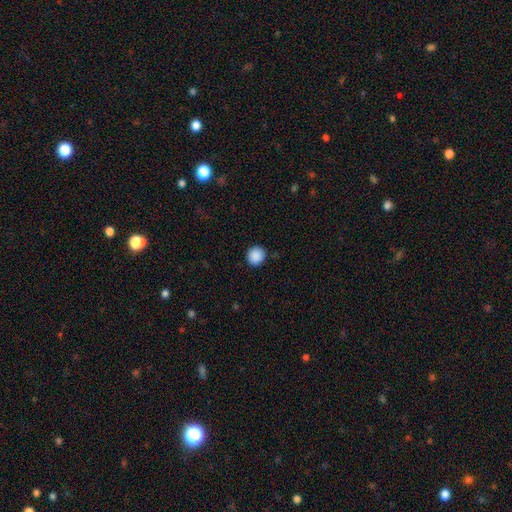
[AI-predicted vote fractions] This is clearly a smooth galaxy (89%). How rounded: clearly round (92%). Merging: clearly none (91%).